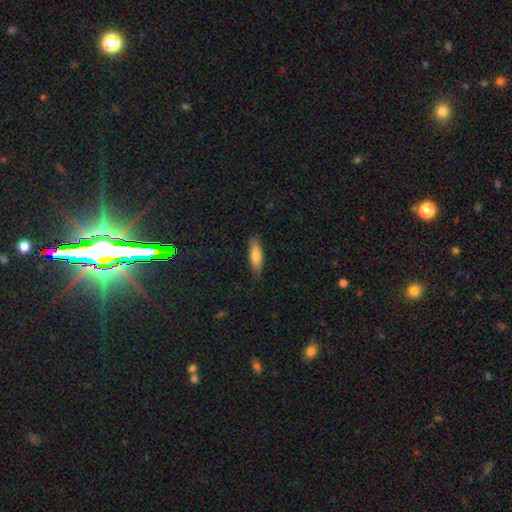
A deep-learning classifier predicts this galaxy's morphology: The model was most divided on "how rounded": cigar-shaped: 54%, in between: 44%, round: 2%. More confident: merging — none (81%); smooth or featured — smooth (72%).